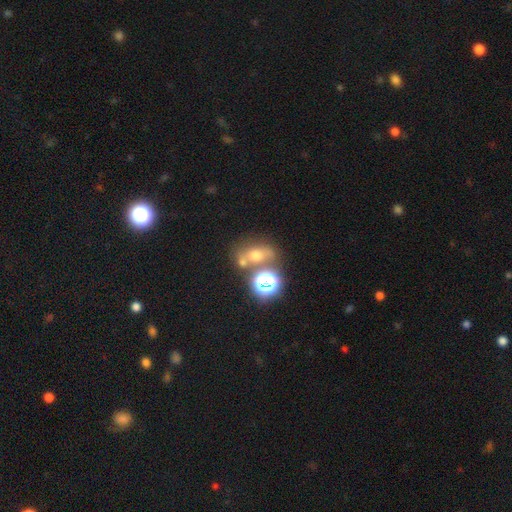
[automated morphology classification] Overall: smooth (46%; star or artifact 33%). Merging: none (51%; merger 28%).